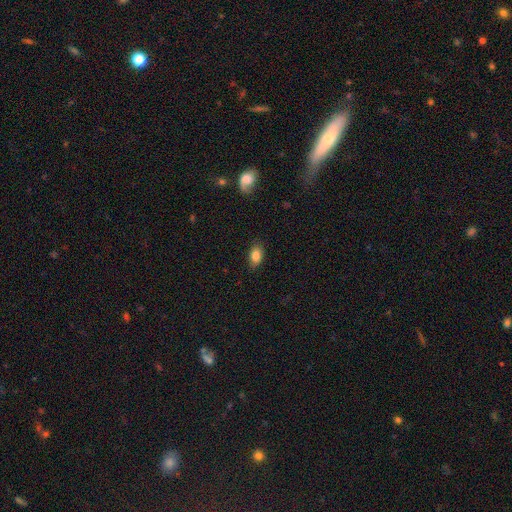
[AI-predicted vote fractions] This appears to be a smooth galaxy with no disk features (84%) that is in between round and cigar-shaped (88%). Merging: none (84%).